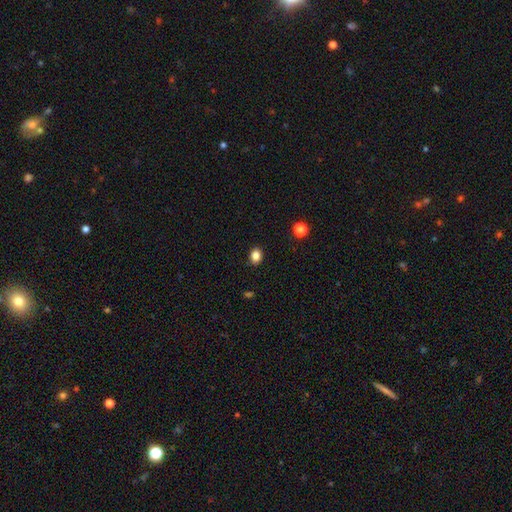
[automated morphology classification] Q: Smooth or featured?
A: smooth (85%); runner-up: star or artifact (11%)
Q: How rounded?
A: in between (55%); runner-up: round (44%)
Q: Merging?
A: none (89%); runner-up: minor disturbance (8%)